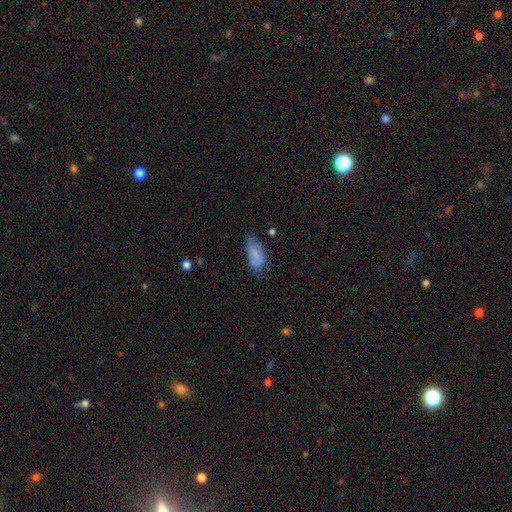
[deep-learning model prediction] The model was most divided on "merging": none: 48%, minor disturbance: 34%, major disturbance: 15%, merger: 3%. More confident: how rounded — in between (90%); smooth or featured — smooth (74%).